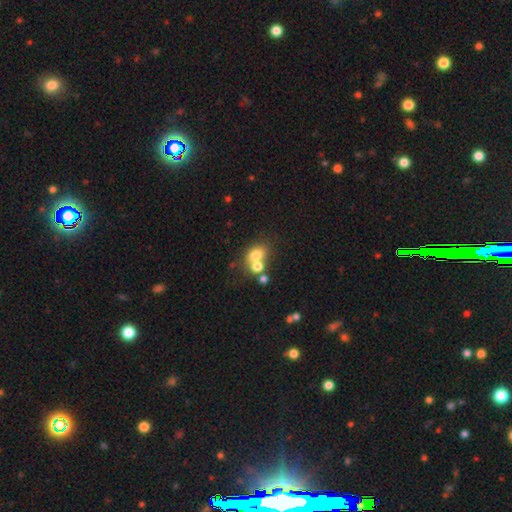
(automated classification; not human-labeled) Overall: smooth (70%). How rounded: in between (53%; round 46%). Merging: merger (45%; none 41%).